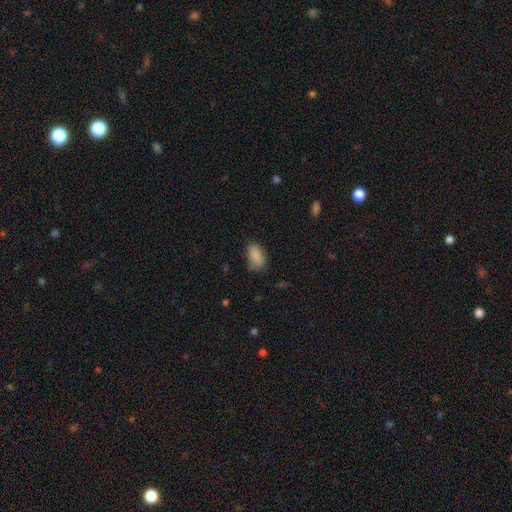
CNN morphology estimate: smooth-or-featured: smooth: 87% | star or artifact: 8% | featured or disk: 5%
  how-rounded: in between: 91% | round: 6% | cigar-shaped: 2%
  merging: none: 70% | minor disturbance: 23% | major disturbance: 5% | merger: 2%